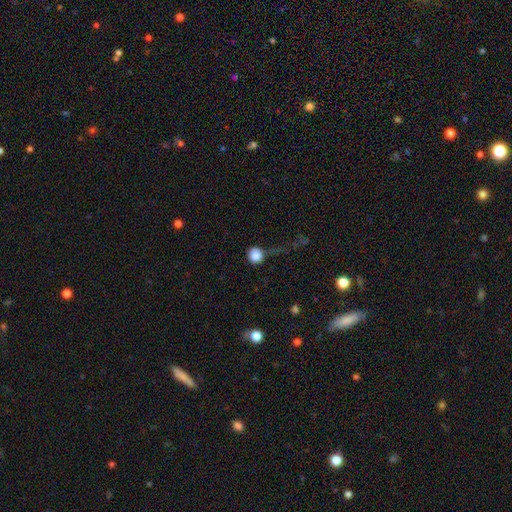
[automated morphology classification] Smooth or featured? Predicted: smooth (p=0.84). How rounded? Predicted: round (p=0.91). Merging? Predicted: none (p=0.48).